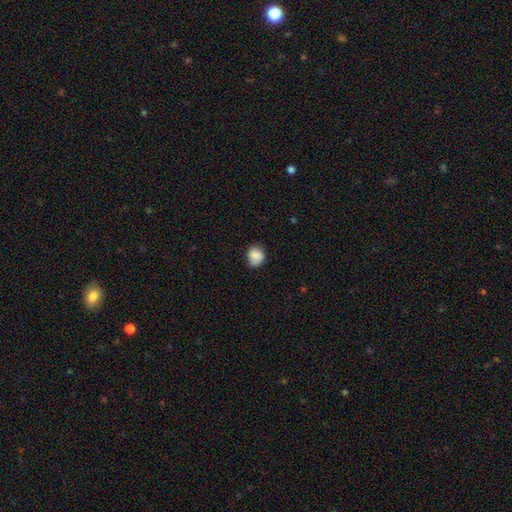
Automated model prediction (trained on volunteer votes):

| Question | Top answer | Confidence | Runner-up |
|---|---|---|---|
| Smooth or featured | smooth | 82% | featured or disk (10%) |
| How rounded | round | 69% | in between (30%) |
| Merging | none | 68% | minor disturbance (25%) |